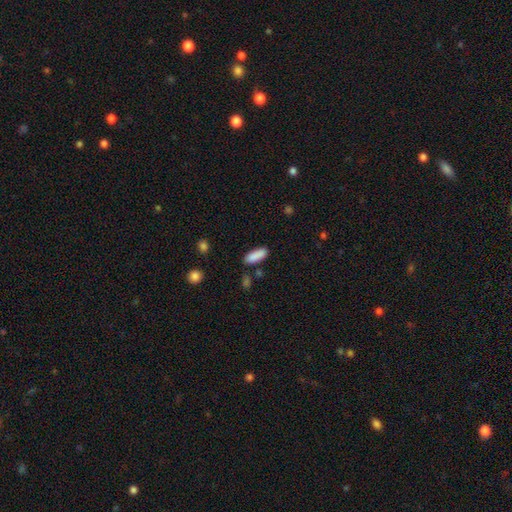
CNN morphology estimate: Smooth or featured? Predicted: smooth (p=0.88). How rounded? Predicted: in between (p=0.63). Merging? Predicted: none (p=0.81).